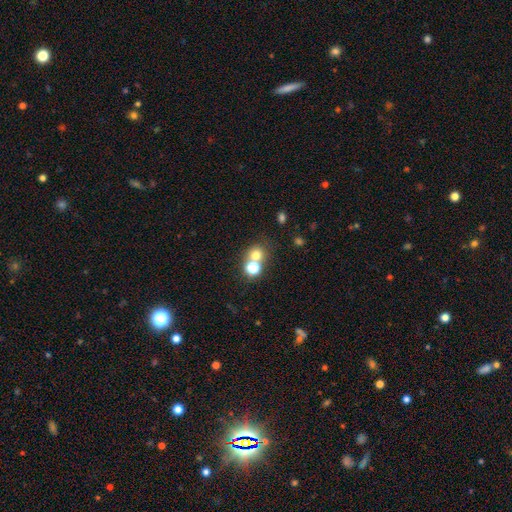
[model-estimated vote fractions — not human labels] smooth 70%, star or artifact 19%, featured or disk 11%. Down the decision tree: how rounded — round (82%); merging — none (51%).